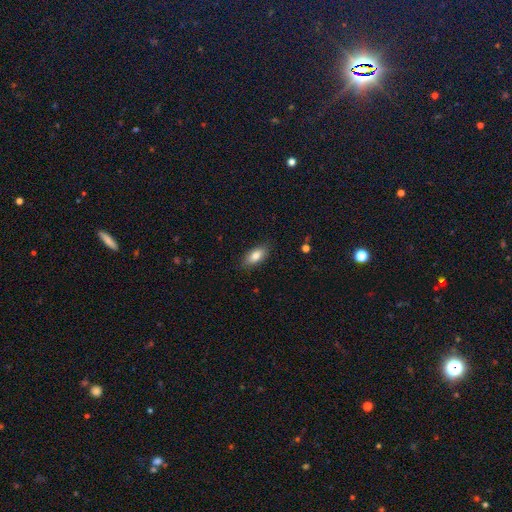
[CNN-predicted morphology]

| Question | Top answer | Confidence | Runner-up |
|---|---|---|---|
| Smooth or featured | smooth | 83% | featured or disk (10%) |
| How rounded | in between | 88% | cigar-shaped (9%) |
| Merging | none | 85% | minor disturbance (12%) |